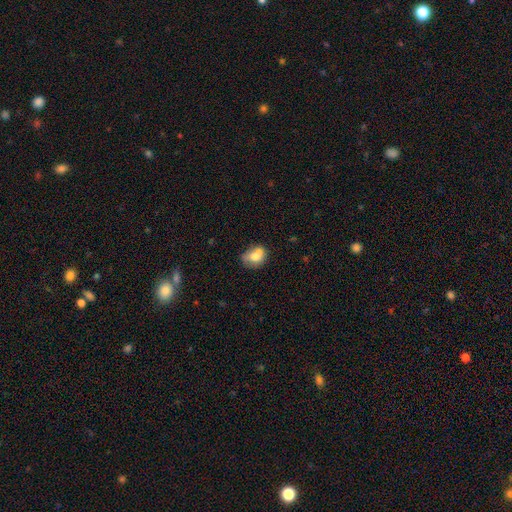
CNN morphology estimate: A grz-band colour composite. It shows a smooth galaxy with no disk features (68%) that is in between round and cigar-shaped (52%). Merging: none (37%).